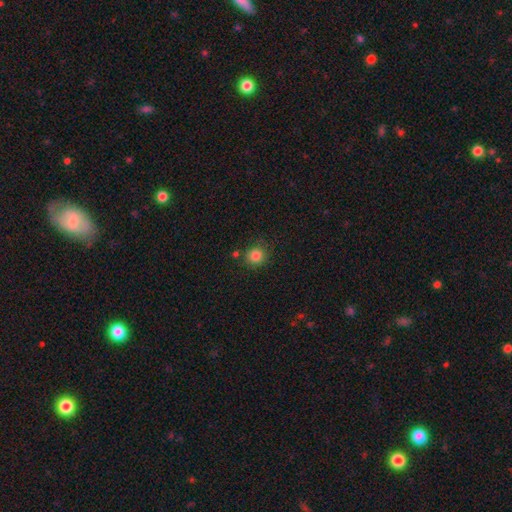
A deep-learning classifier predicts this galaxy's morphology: Q: Smooth or featured?
A: smooth (84%); runner-up: star or artifact (11%)
Q: How rounded?
A: round (89%); runner-up: in between (10%)
Q: Merging?
A: none (80%); runner-up: minor disturbance (11%)